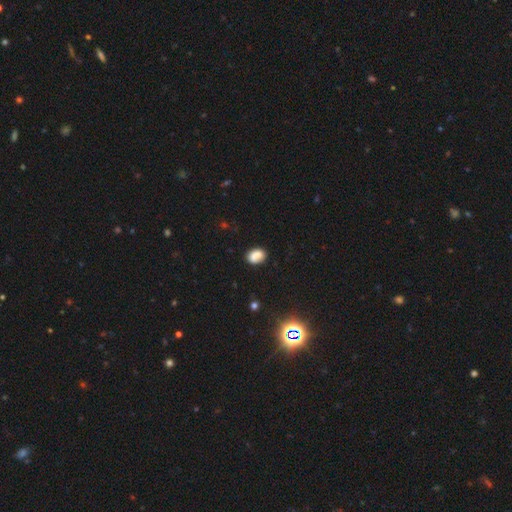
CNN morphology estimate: A smooth galaxy with no disk features (80%) that is in between round and cigar-shaped (73%). Merging: none (70%).